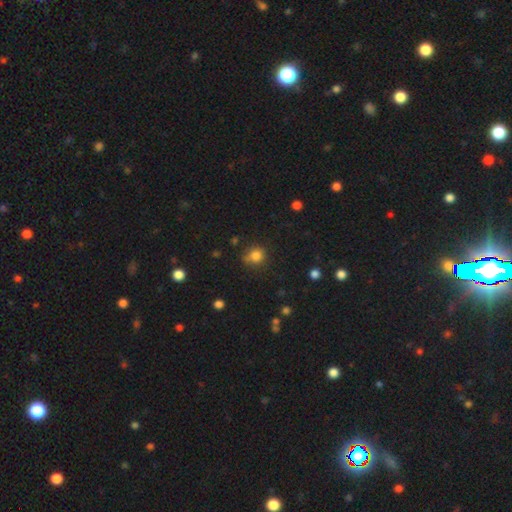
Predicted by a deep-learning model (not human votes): This is clearly a smooth galaxy (82%). How rounded: likely round (78%). Merging: likely none (68%).